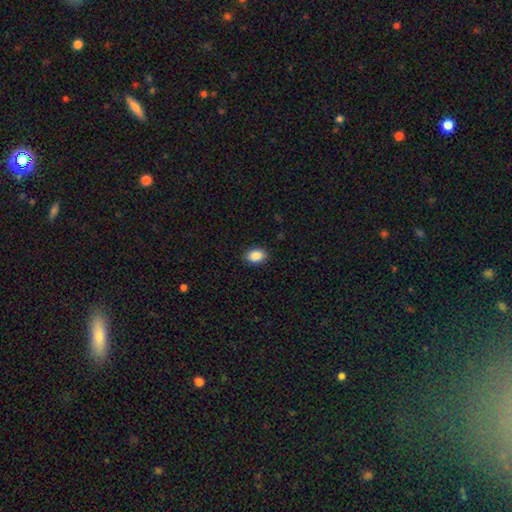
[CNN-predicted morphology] A smooth galaxy with no disk features (89%) that is in between round and cigar-shaped (77%). Merging: none (89%).